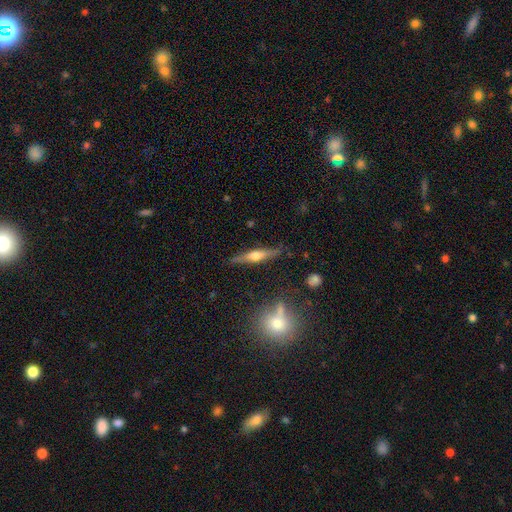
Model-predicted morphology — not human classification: This is likely a featured or disk galaxy (66%). It is clearly viewed edge-on (95%). Edge-on bulge: clearly rounded (89%). Merging: clearly none (85%).